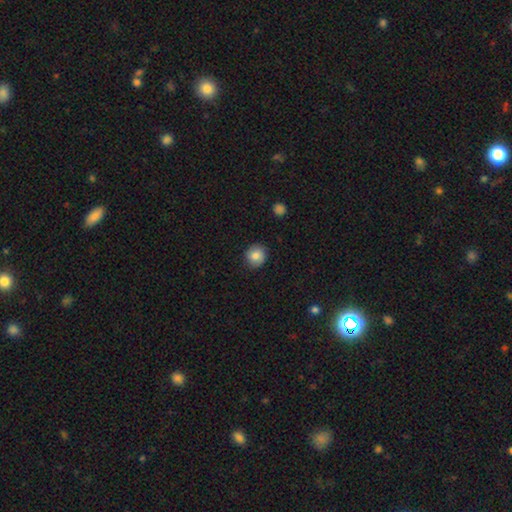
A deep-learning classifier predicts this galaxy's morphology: smooth-or-featured: smooth: 81% | featured or disk: 10% | star or artifact: 9%
  how-rounded: round: 87% | in between: 12% | cigar-shaped: 1%
  merging: none: 87% | minor disturbance: 10% | major disturbance: 2% | merger: 1%